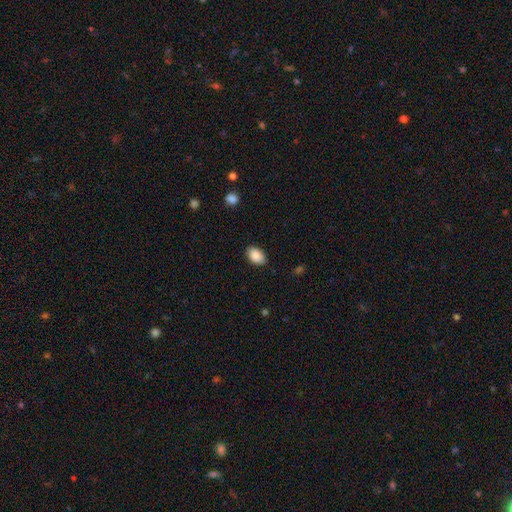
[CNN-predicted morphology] Overall: smooth (90%). How rounded: in between (88%). Merging: none (86%).